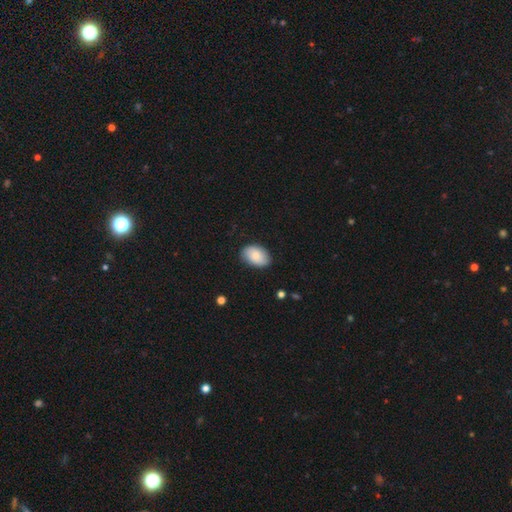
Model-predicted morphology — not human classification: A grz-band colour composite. It shows a smooth galaxy with no disk features (83%) that is in between round and cigar-shaped (89%). Merging: none (83%).